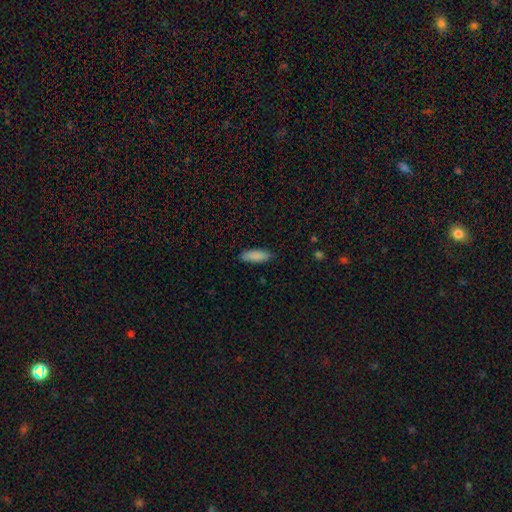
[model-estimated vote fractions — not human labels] A smooth galaxy with no disk features (88%) that is in between round and cigar-shaped (62%).

Vote fractions:
- Smooth or featured? smooth: 88% / star or artifact: 6% / featured or disk: 6%
- How rounded? in between: 62% / cigar-shaped: 36% / round: 2%
- Merging? none: 83% / minor disturbance: 14% / major disturbance: 2% / merger: 1%